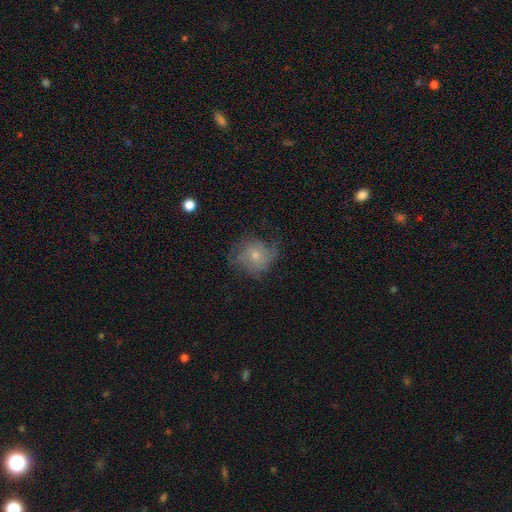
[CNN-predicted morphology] type=smooth (45%, tied with featured or disk); merging=none (54%).